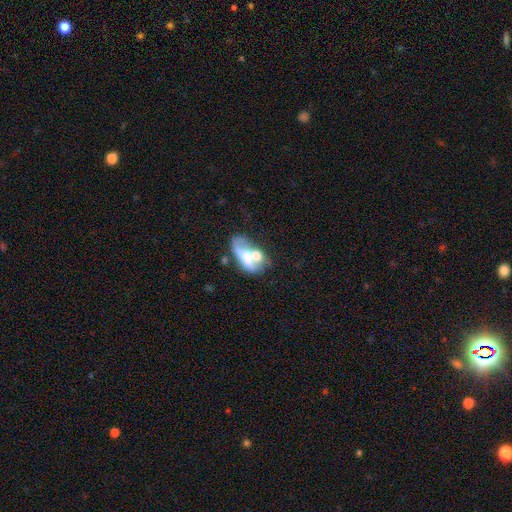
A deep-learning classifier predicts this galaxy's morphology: Smooth or featured? smooth (47%)
Merging? merger (51%)